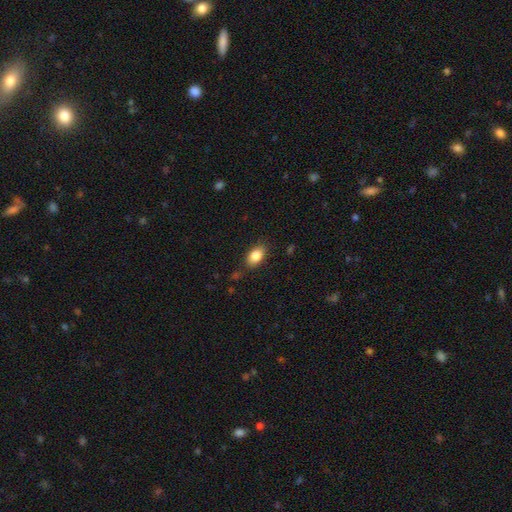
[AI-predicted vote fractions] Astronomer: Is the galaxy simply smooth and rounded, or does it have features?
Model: smooth — 84%.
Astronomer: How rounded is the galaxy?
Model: in between — 87%.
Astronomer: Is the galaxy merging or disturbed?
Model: none — 82%.